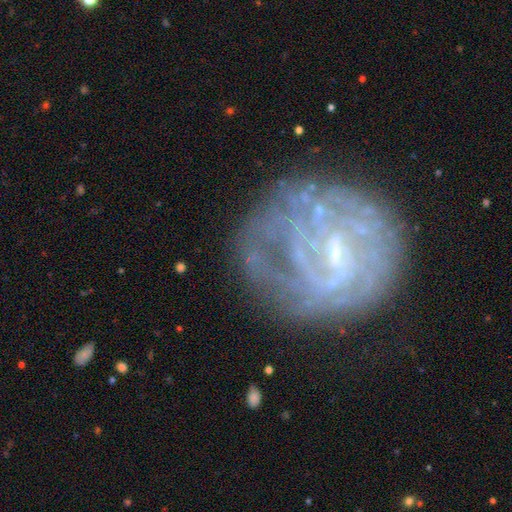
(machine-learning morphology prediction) This is likely a featured or disk galaxy (74%). It is clearly not viewed edge-on (97%). Bar: possibly weak (51%). Spiral arm pattern: likely yes (70%). Spiral arm count: possibly can't tell (54%). Spiral winding: possibly tight (57%). Central bulge: likely small (64%). Merging: possibly none (56%).